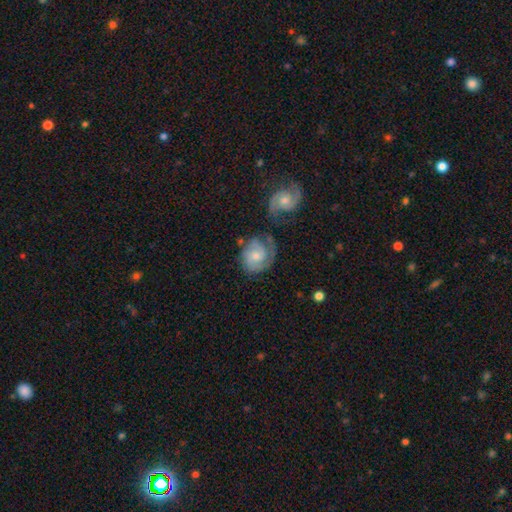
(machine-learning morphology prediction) smooth-or-featured: featured or disk: 72% | smooth: 22% | star or artifact: 6%
  disk-edge-on: no: 98% | yes: 2%
    bar: no: 67% | weak: 29% | strong: 4%
    has-spiral-arms: yes: 94% | no: 6%
      spiral-winding: tight: 56% | medium: 34% | loose: 10%
      spiral-arm-count: 2: 55% | can't tell: 18% | 3: 14% | 1: 8% | 4: 3% | more than 4: 2%
    bulge-size: moderate: 51% | small: 39% | none: 4% | large: 4% | dominant: 1%
  merging: none: 51% | minor disturbance: 21% | merger: 15% | major disturbance: 13%